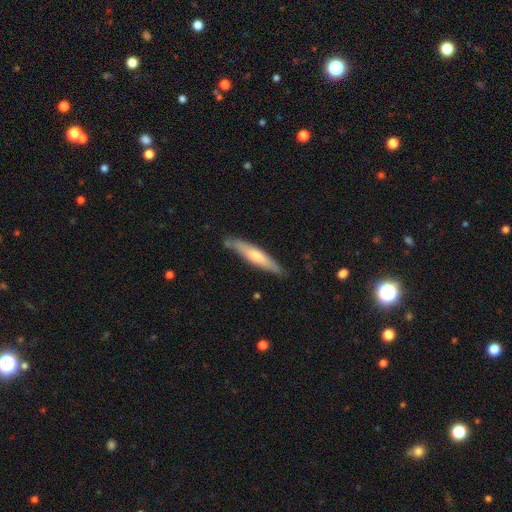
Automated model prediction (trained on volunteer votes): Smooth or featured? smooth (51%)
How rounded? cigar-shaped (87%)
Merging? none (81%)